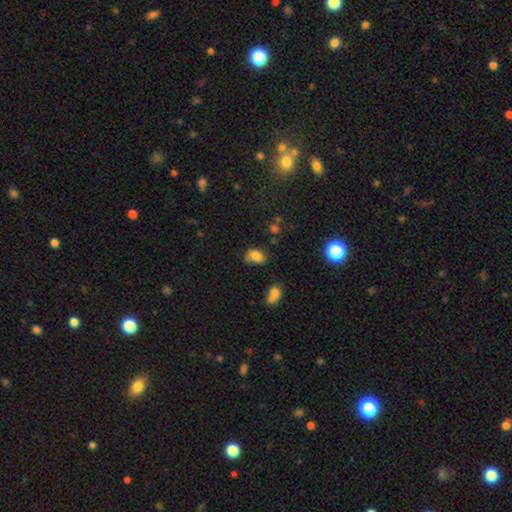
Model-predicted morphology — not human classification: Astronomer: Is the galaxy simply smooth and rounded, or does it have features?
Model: smooth — 77%.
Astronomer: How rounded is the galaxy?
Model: in between — 82%.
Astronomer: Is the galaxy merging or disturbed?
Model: none — 54% (runner-up: minor disturbance, 31%).